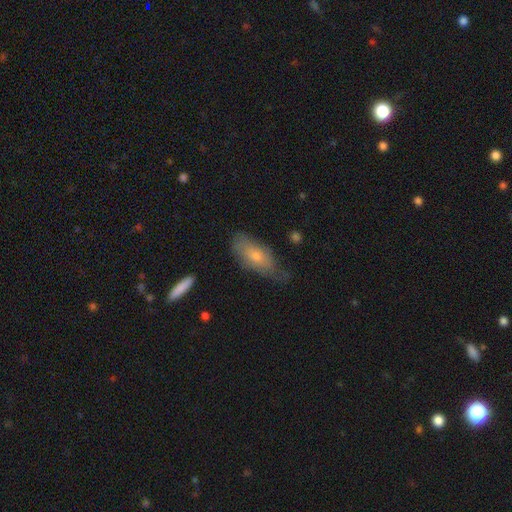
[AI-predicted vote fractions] Smooth or featured: smooth — 66% (featured or disk — 27%)
How rounded: in between — 78% (cigar-shaped — 20%)
Merging: none — 56% (minor disturbance — 33%)